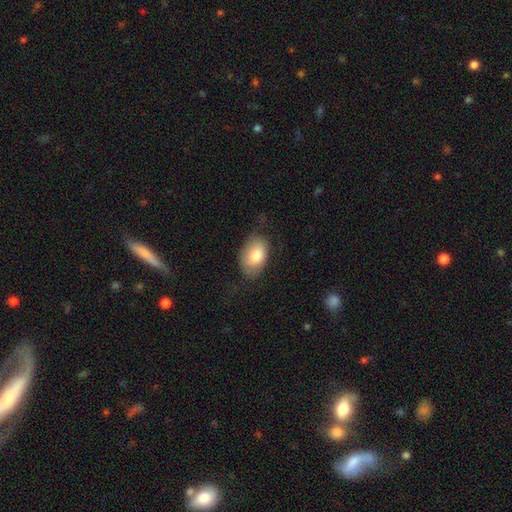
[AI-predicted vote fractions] smooth_or_featured: smooth (p=0.80) [alt: featured or disk p=0.13]
how_rounded: in between (p=0.89) [alt: round p=0.10]
merging: none (p=0.66) [alt: minor disturbance p=0.24]